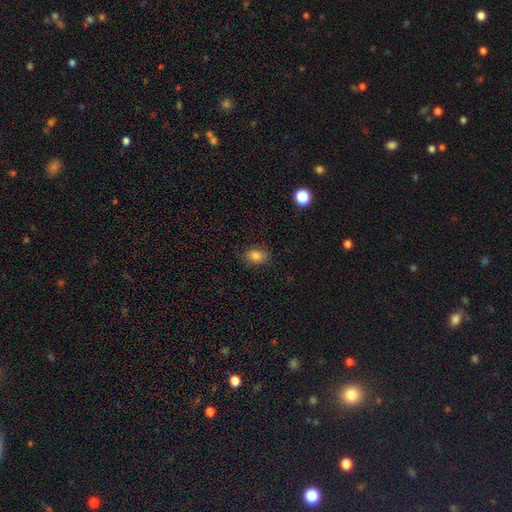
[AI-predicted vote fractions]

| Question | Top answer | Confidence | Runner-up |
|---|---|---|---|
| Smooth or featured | smooth | 81% | star or artifact (11%) |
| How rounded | in between | 74% | round (24%) |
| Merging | none | 80% | minor disturbance (16%) |